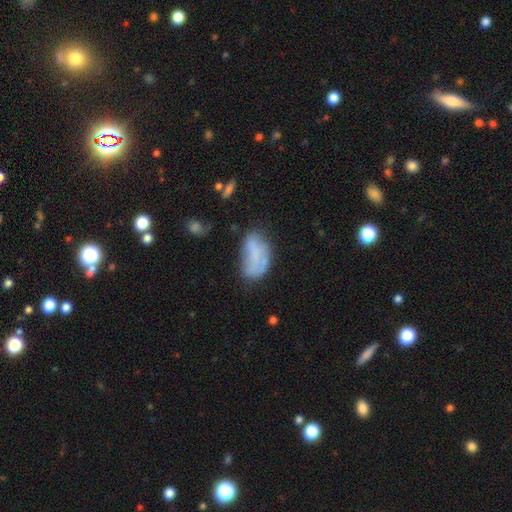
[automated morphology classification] The model was most divided on "merging": none: 42%, minor disturbance: 32%, major disturbance: 19%, merger: 7%. More confident: how rounded — in between (93%); smooth or featured — smooth (61%).